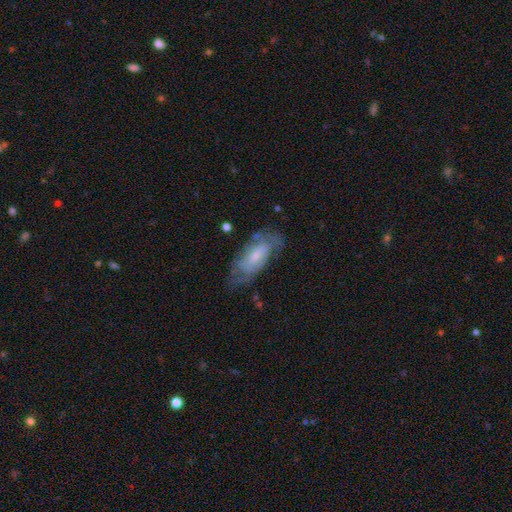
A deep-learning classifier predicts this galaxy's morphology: Overall: featured or disk (65%; smooth 27%). Edge-on disk: no (89%). Bar: no (52%; weak 39%). Spiral arms: yes (81%). Bulge size: small (44%; moderate 37%). Merging: none (64%).